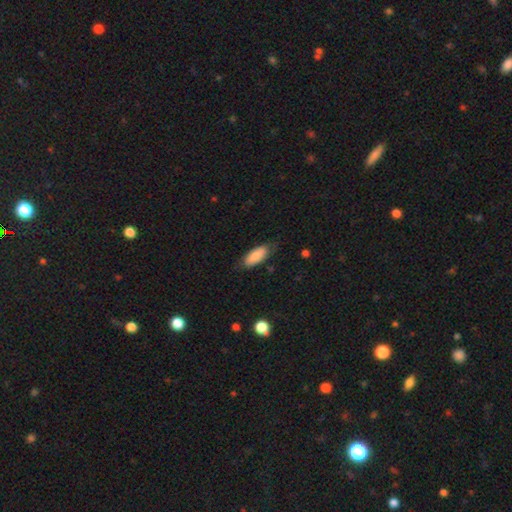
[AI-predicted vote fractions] smooth 83%, featured or disk 11%, star or artifact 6%. Down the decision tree: how rounded — in between (80%); merging — none (72%).